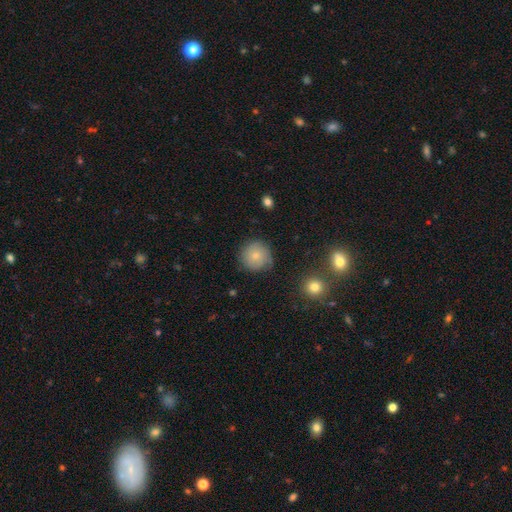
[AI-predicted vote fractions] Overall: smooth (70%). How rounded: round (93%). Merging: none (78%).